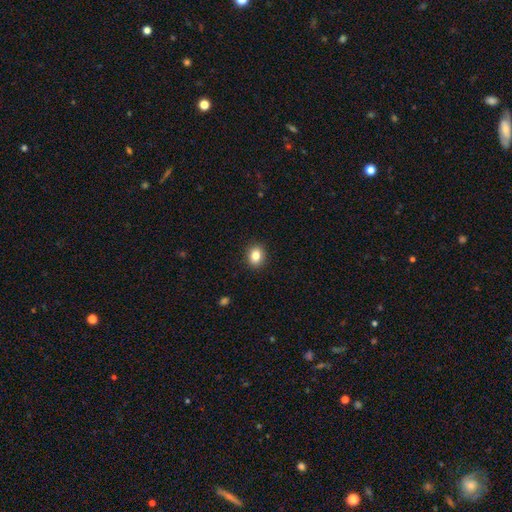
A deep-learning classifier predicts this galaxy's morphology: This appears to be a smooth galaxy with no disk features (84%) that is round (54%). Merging: none (91%).